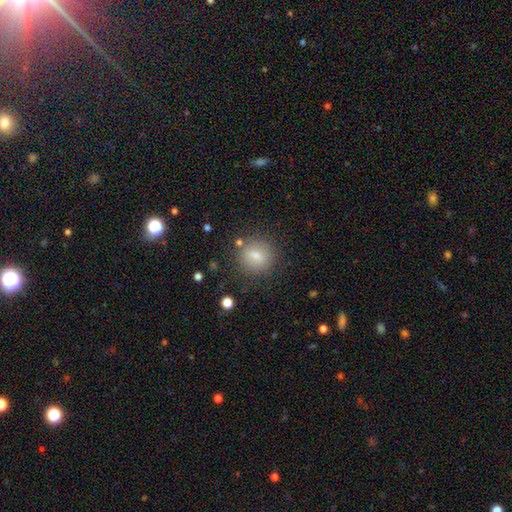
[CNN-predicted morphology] This appears to be a smooth galaxy with no disk features (77%) that is round (87%). Merging: none (82%).